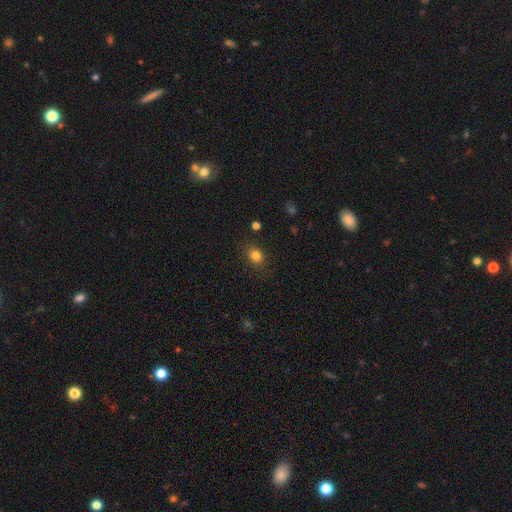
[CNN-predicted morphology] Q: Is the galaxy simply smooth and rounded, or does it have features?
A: smooth — 81%.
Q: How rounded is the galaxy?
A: round — 52%.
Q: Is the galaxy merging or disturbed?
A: none — 84%.